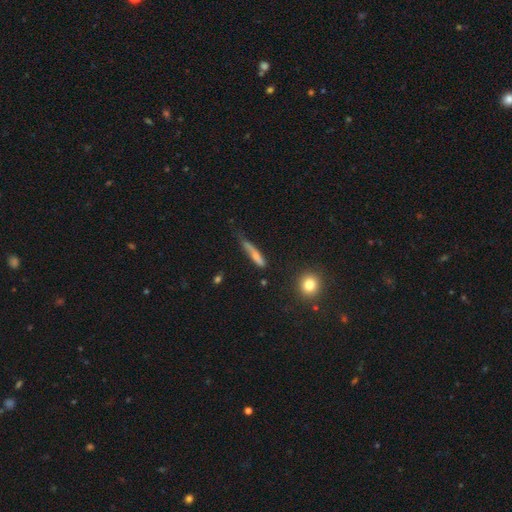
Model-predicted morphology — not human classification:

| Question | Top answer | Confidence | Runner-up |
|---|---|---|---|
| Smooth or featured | smooth | 64% | featured or disk (27%) |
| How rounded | cigar-shaped | 87% | in between (10%) |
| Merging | none | 43% | minor disturbance (34%) |